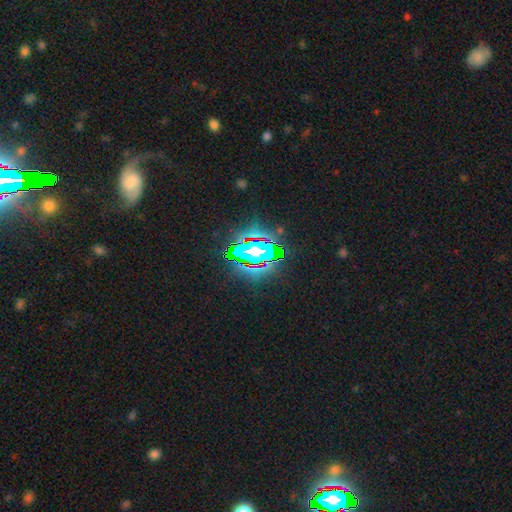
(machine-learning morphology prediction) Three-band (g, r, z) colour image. It shows a star or artifact, not a galaxy (73%).